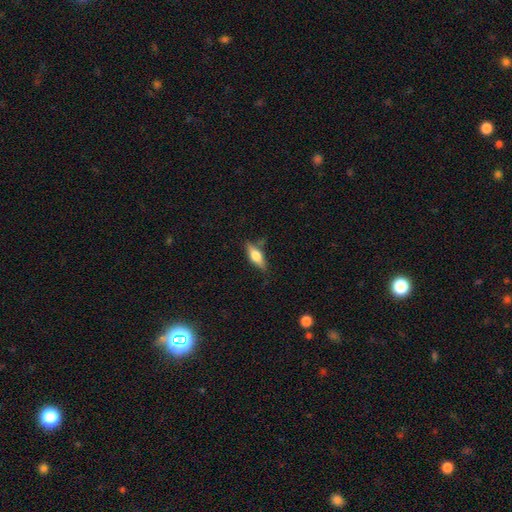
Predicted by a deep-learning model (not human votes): Smooth or featured: smooth — 50% (featured or disk — 43%)
Merging: none — 72% (minor disturbance — 19%)